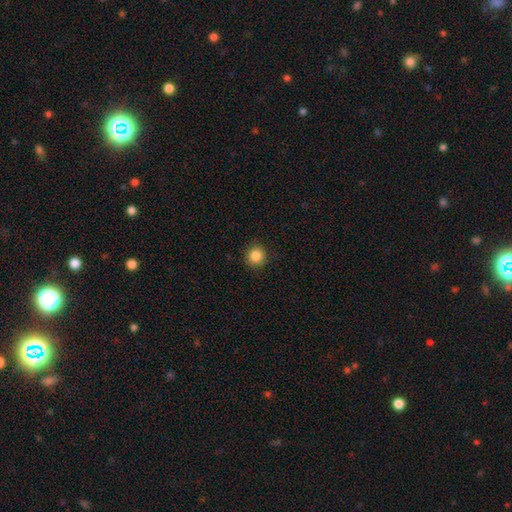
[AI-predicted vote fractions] smooth-or-featured: smooth: 86% | star or artifact: 10% | featured or disk: 4%
  how-rounded: round: 93% | in between: 6% | cigar-shaped: 1%
  merging: none: 91% | minor disturbance: 6% | major disturbance: 2% | merger: 1%